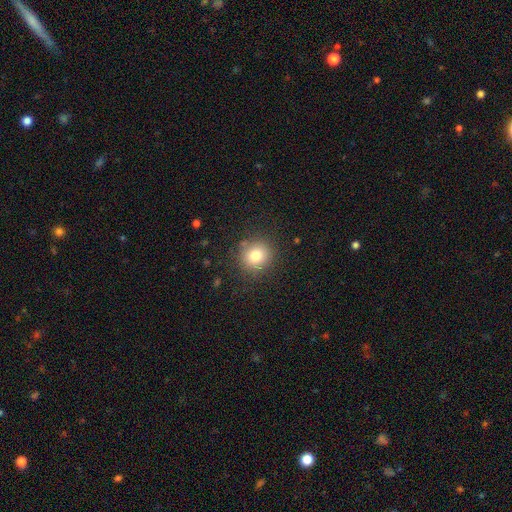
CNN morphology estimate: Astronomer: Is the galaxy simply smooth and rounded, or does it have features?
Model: smooth — 80%.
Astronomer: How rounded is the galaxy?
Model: round — 88%.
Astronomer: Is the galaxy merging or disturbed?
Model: none — 86%.